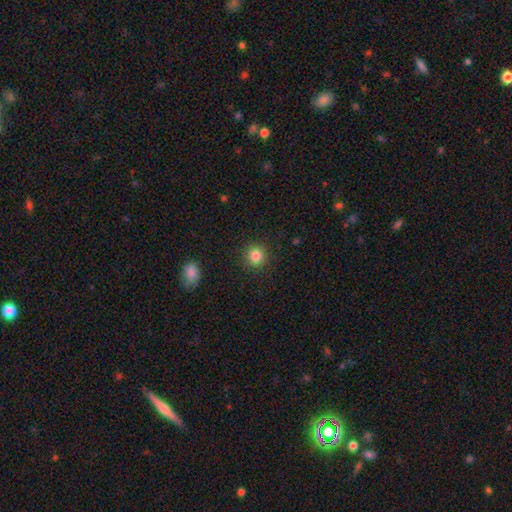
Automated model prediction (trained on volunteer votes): A smooth galaxy with no disk features (84%) that is round (91%). Merging: none (91%).